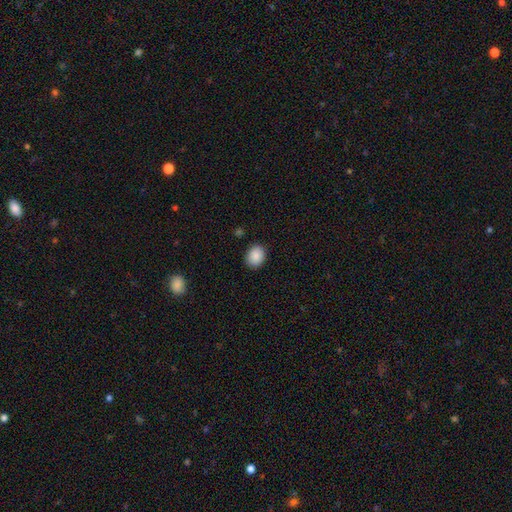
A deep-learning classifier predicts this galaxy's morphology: Q: Smooth or featured?
A: smooth (89%); runner-up: star or artifact (8%)
Q: How rounded?
A: in between (50%); runner-up: round (49%)
Q: Merging?
A: none (87%); runner-up: minor disturbance (9%)